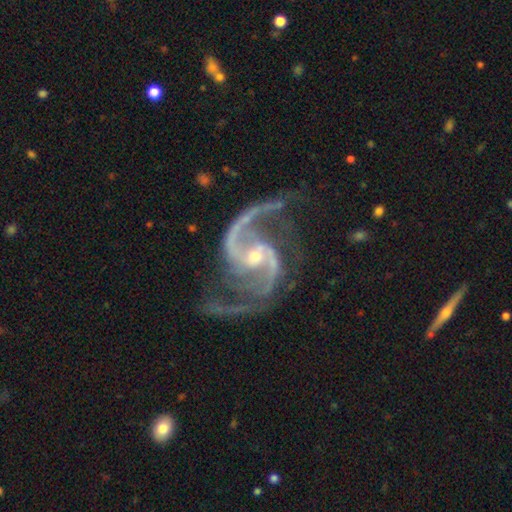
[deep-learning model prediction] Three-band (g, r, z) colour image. It shows a featured or disk galaxy (93%) with a weak bar (45%), 2 (90%) loose (54%) spiral arms (98%) and a small central bulge (60%). Merging: none (55%).